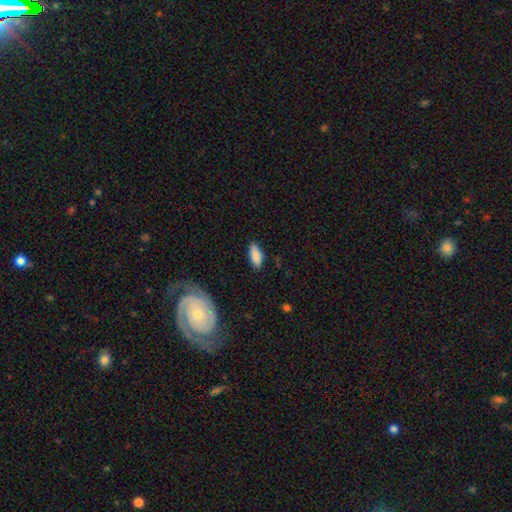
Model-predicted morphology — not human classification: smooth 86%, featured or disk 8%, star or artifact 7%. Down the decision tree: how rounded — in between (79%); merging — none (83%).